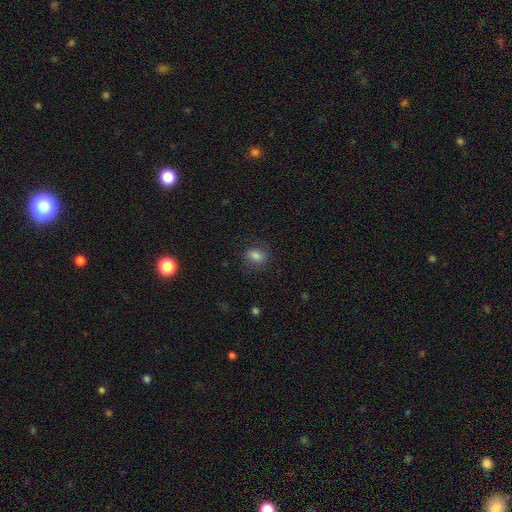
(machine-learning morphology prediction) Smooth or featured? Predicted: smooth (p=0.81). How rounded? Predicted: in between (p=0.67). Merging? Predicted: none (p=0.76).